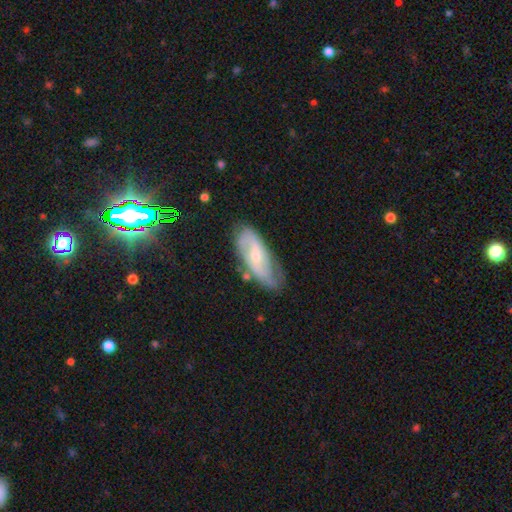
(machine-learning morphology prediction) type=featured or disk (69%); edge-on=no (89%); bar=no (45%); spiral arms=yes (85%); winding=medium (40%); arm count=2 (66%); bulge=small (61%); merging=none (67%).